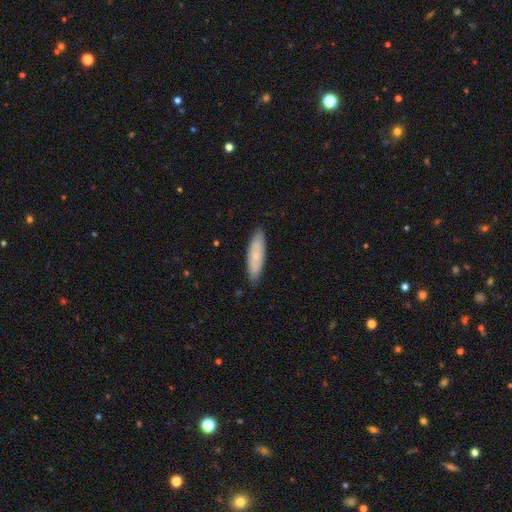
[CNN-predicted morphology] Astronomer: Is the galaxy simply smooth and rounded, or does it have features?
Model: smooth — 70%.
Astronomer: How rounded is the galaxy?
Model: cigar-shaped — 60% (runner-up: in between, 39%).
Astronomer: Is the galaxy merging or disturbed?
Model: none — 86%.